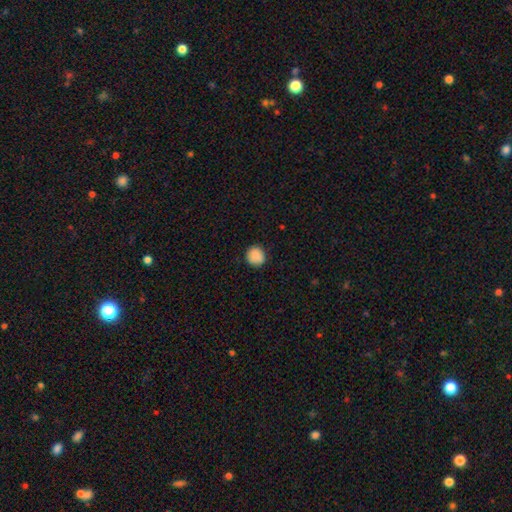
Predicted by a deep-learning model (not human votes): This appears to be a smooth galaxy with no disk features (88%) that is round (88%). Merging: none (86%).